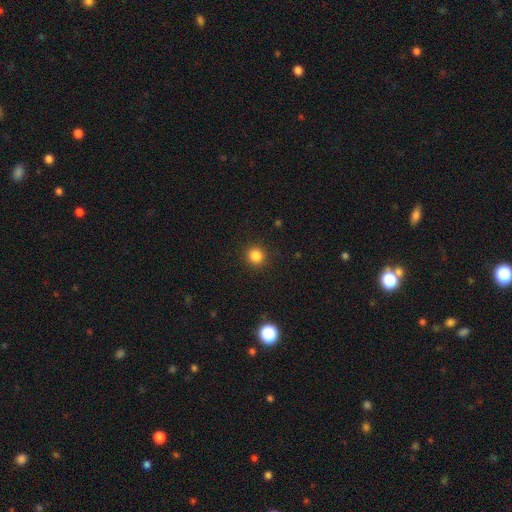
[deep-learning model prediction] smooth-or-featured: smooth: 84% | star or artifact: 12% | featured or disk: 4%
  how-rounded: round: 93% | in between: 6% | cigar-shaped: 1%
  merging: none: 91% | minor disturbance: 5% | major disturbance: 2% | merger: 1%